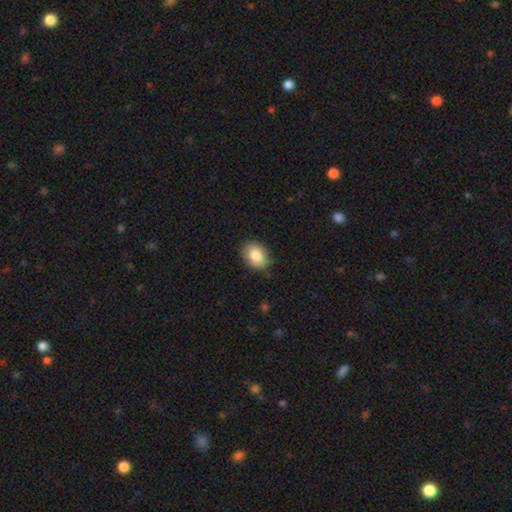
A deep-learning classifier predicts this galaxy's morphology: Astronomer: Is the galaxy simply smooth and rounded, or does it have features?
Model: smooth — 85%.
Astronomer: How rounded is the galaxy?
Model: in between — 75%.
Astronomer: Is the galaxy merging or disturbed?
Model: none — 86%.